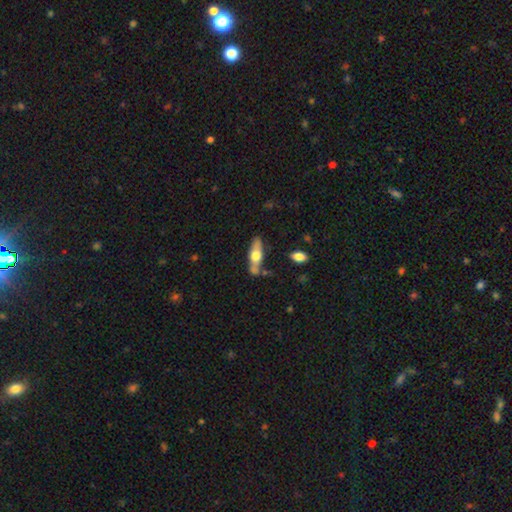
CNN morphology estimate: type=smooth (47%, tied with featured or disk); merging=none (69%).